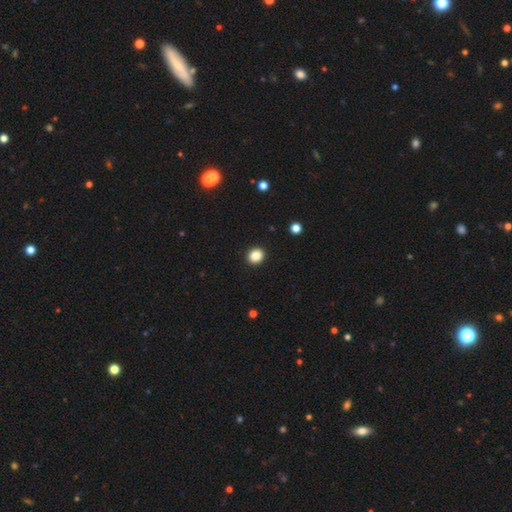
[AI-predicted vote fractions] Smooth or featured?
  - smooth: 87% *
  - star or artifact: 10%
  - featured or disk: 3%
How rounded?
  - round: 76% *
  - in between: 23%
  - cigar-shaped: 1%
Merging?
  - none: 92% *
  - minor disturbance: 5%
  - major disturbance: 2%
  - merger: 1%